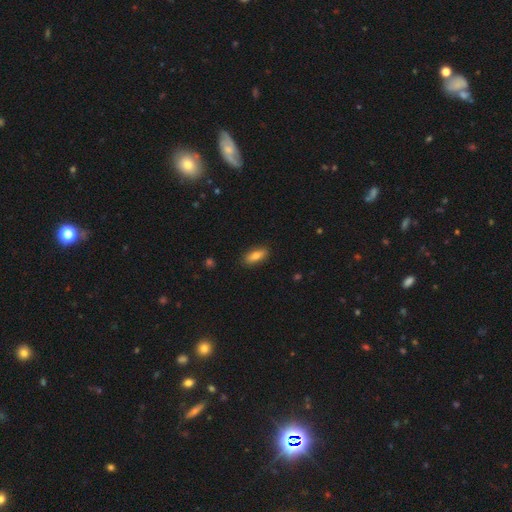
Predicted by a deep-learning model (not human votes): A smooth galaxy with no disk features (78%) that is in between round and cigar-shaped (74%).

Vote fractions:
- Smooth or featured? smooth: 78% / featured or disk: 15% / star or artifact: 7%
- How rounded? in between: 74% / cigar-shaped: 23% / round: 3%
- Merging? none: 87% / minor disturbance: 10% / major disturbance: 2% / merger: 1%